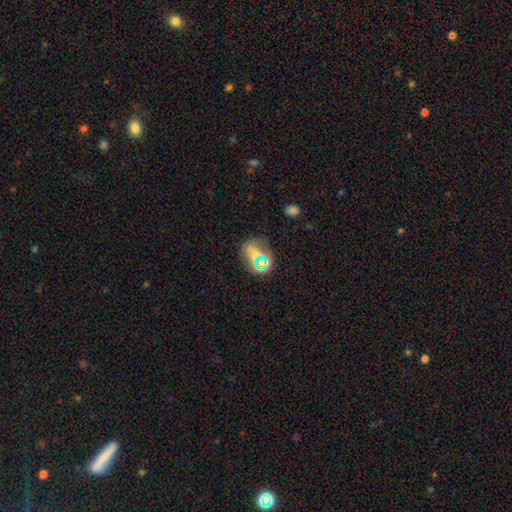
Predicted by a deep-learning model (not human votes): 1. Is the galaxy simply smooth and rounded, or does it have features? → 50% smooth, 33% star or artifact, 17% featured or disk.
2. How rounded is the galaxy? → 50% in between, 47% round, 2% cigar-shaped.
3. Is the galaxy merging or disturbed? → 65% none, 18% minor disturbance, 11% major disturbance, 7% merger.